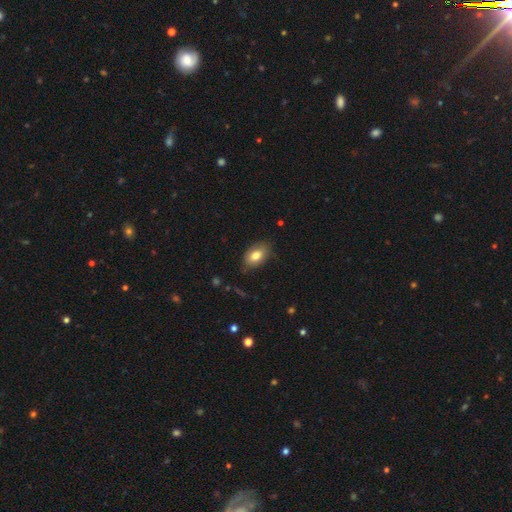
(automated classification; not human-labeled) A smooth galaxy with no disk features (79%) that is in between round and cigar-shaped (89%). Merging: none (79%).